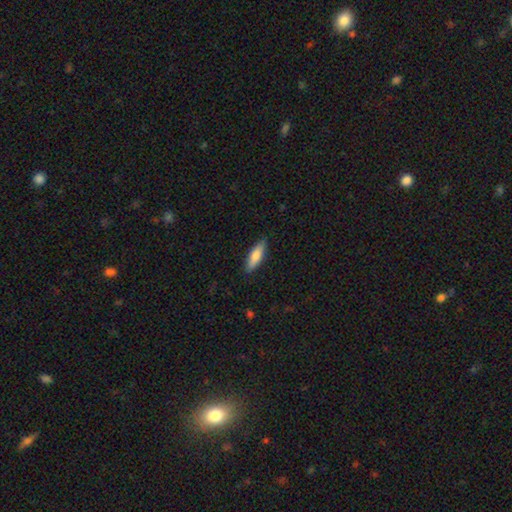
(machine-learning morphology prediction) Smooth or featured: smooth — 76% (featured or disk — 18%)
How rounded: cigar-shaped — 51% (in between — 47%)
Merging: none — 88% (minor disturbance — 10%)